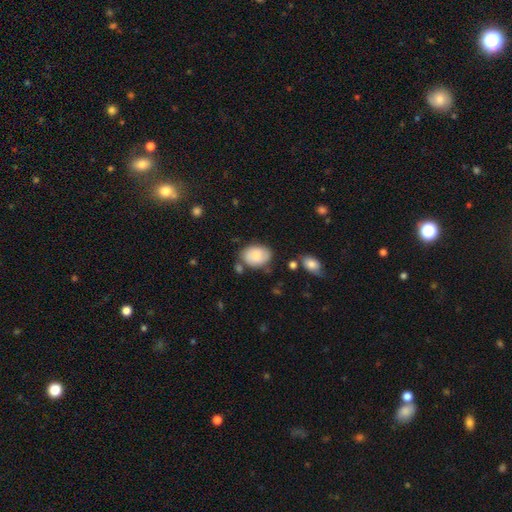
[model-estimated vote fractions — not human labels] smooth 81%, featured or disk 12%, star or artifact 7%. Down the decision tree: how rounded — in between (76%); merging — none (67%).